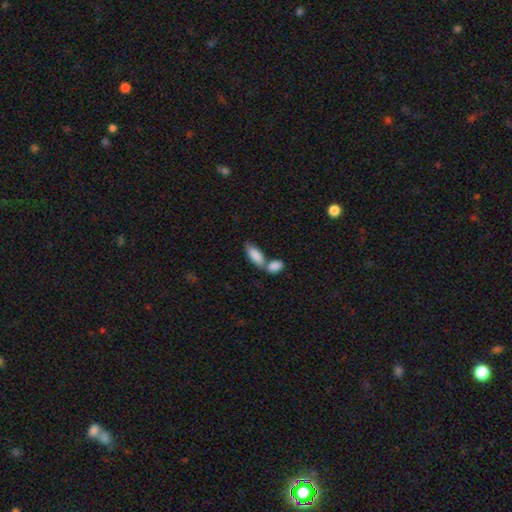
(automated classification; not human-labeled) This is clearly a smooth galaxy (87%). How rounded: clearly in between (88%). Merging: possibly merger (53%).